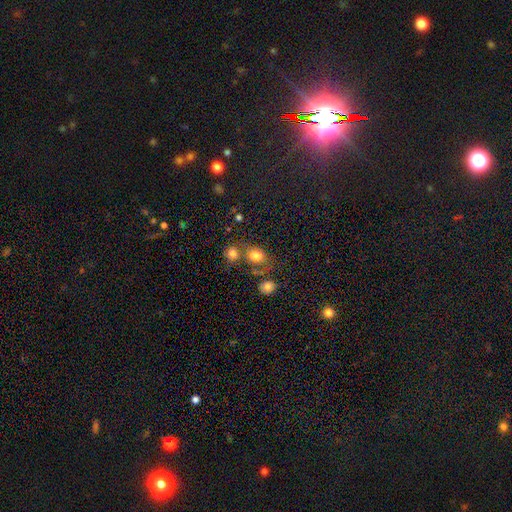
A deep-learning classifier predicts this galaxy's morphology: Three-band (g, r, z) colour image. It shows a smooth galaxy with no disk features (76%) that is round (52%). Merging: none (52%).